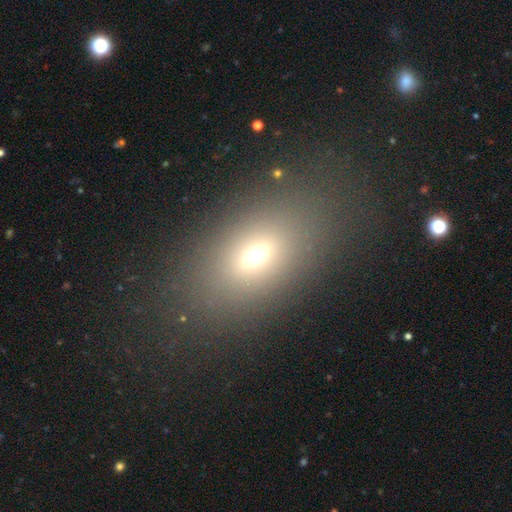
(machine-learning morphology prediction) A smooth galaxy with no disk features (65%) that is in between round and cigar-shaped (81%).

Vote fractions:
- Smooth or featured? smooth: 65% / star or artifact: 18% / featured or disk: 17%
- How rounded? in between: 81% / round: 15% / cigar-shaped: 4%
- Merging? none: 80% / minor disturbance: 10% / major disturbance: 8% / merger: 2%